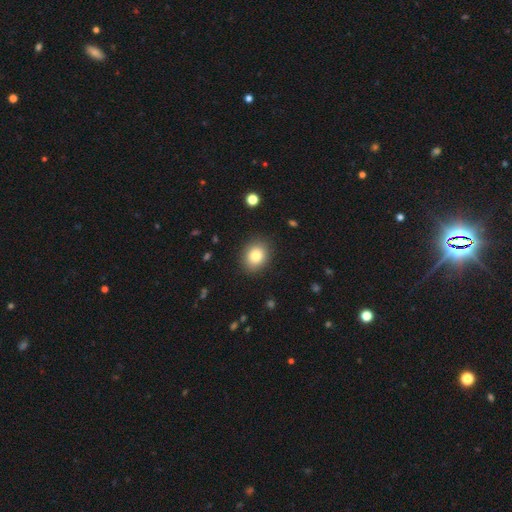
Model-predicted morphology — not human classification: A smooth galaxy with no disk features (82%) that is round (63%).

Vote fractions:
- Smooth or featured? smooth: 82% / star or artifact: 10% / featured or disk: 9%
- How rounded? round: 63% / in between: 36% / cigar-shaped: 1%
- Merging? none: 88% / minor disturbance: 9% / major disturbance: 3% / merger: 1%